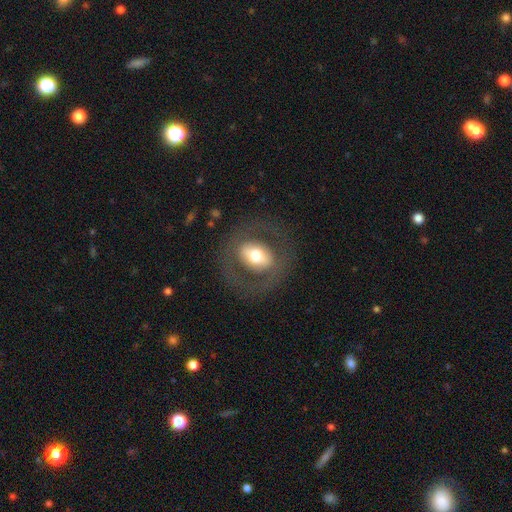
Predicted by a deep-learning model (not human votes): This is possibly a featured or disk galaxy (49%). Merging: likely none (78%).